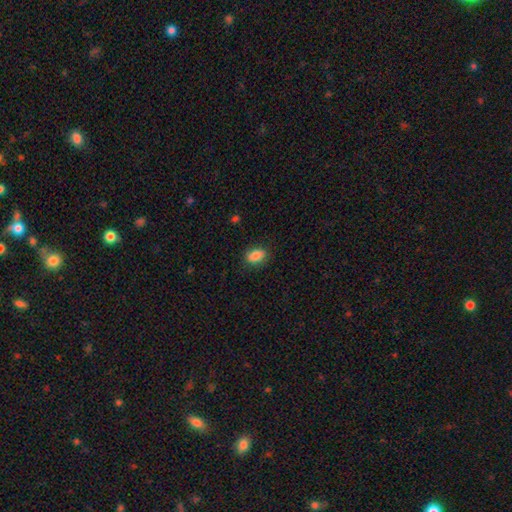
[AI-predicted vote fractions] This appears to be a smooth galaxy with no disk features (86%) that is in between round and cigar-shaped (82%). Merging: none (86%).